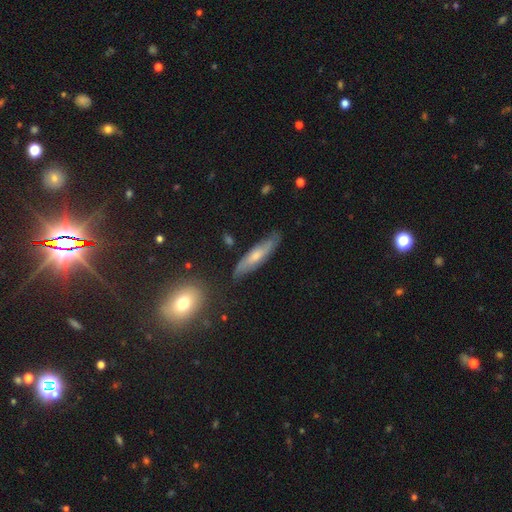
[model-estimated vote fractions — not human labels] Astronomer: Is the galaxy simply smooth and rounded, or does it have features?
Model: smooth — 50% (runner-up: featured or disk, 44%).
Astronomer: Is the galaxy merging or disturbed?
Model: none — 78%.